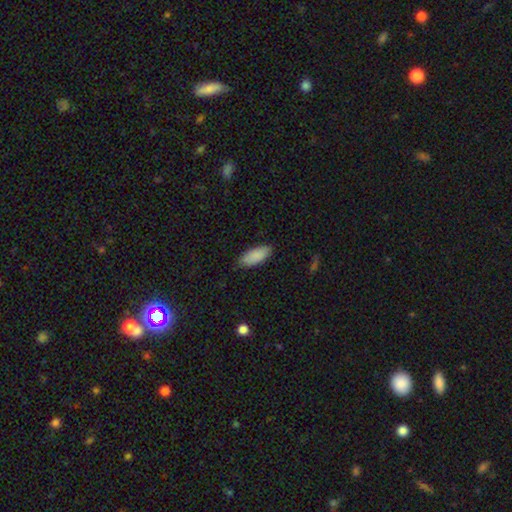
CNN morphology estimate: Overall: smooth (88%). How rounded: in between (85%). Merging: none (80%).